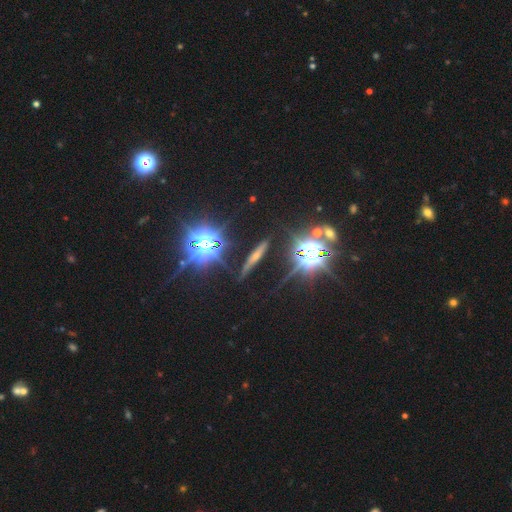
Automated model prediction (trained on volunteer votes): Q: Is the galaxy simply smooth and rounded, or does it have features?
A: star or artifact — 38%.